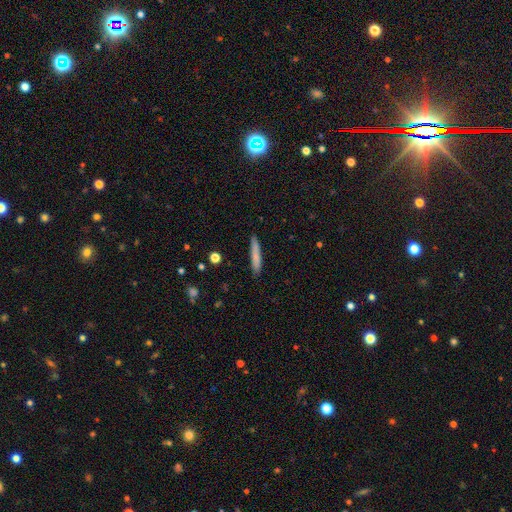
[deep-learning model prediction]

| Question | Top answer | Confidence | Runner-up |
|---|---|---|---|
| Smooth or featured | smooth | 78% | featured or disk (15%) |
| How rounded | cigar-shaped | 93% | in between (6%) |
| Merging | none | 88% | minor disturbance (9%) |